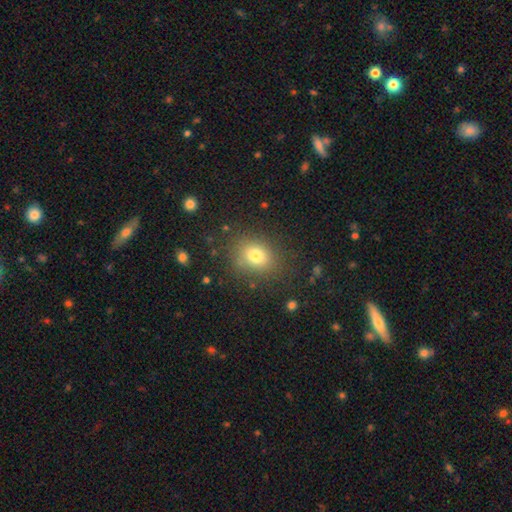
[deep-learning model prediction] Smooth or featured? smooth (77%)
How rounded? round (54%)
Merging? none (80%)